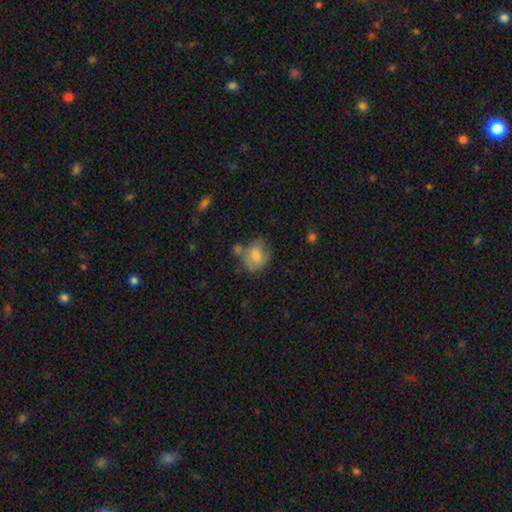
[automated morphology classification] Smooth or featured: smooth — 70% (featured or disk — 21%)
How rounded: round — 52% (in between — 47%)
Merging: none — 49% (minor disturbance — 24%)